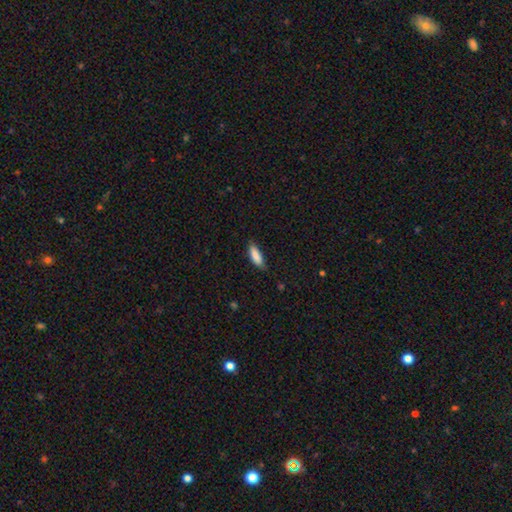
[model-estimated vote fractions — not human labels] Overall: smooth (87%). How rounded: in between (60%; cigar-shaped 38%). Merging: none (76%).